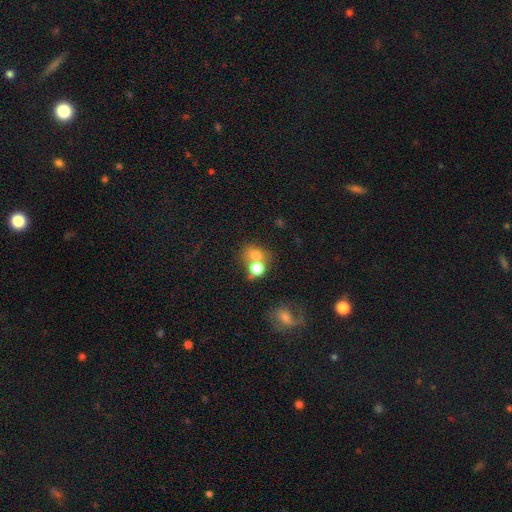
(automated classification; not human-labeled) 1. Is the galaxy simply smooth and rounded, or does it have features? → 69% smooth, 16% featured or disk, 15% star or artifact.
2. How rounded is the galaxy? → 65% round, 34% in between, 1% cigar-shaped.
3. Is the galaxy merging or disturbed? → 49% merger, 36% none, 9% minor disturbance, 6% major disturbance.